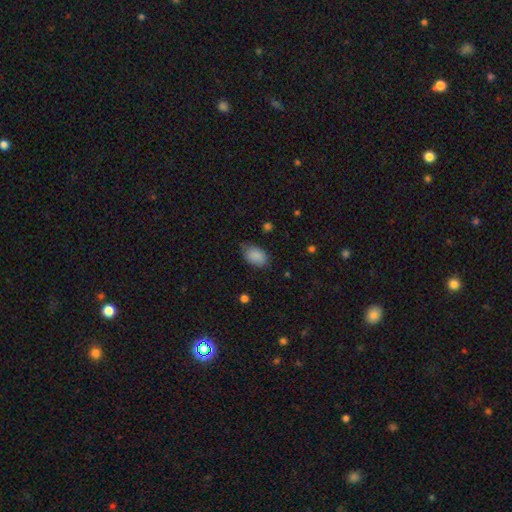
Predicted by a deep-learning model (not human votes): smooth_or_featured: smooth (p=0.87) [alt: star or artifact p=0.08]
how_rounded: in between (p=0.87) [alt: round p=0.12]
merging: none (p=0.68) [alt: minor disturbance p=0.26]